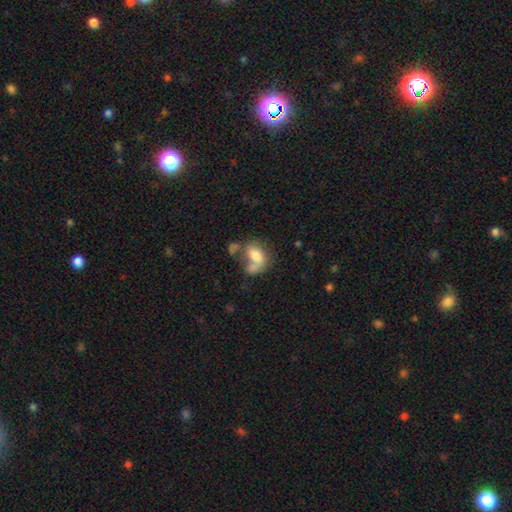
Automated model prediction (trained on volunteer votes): A smooth galaxy with no disk features (66%) that is in between round and cigar-shaped (82%).

Vote fractions:
- Smooth or featured? smooth: 66% / featured or disk: 25% / star or artifact: 9%
- How rounded? in between: 82% / round: 16% / cigar-shaped: 2%
- Merging? merger: 43% / none: 24% / major disturbance: 19% / minor disturbance: 14%